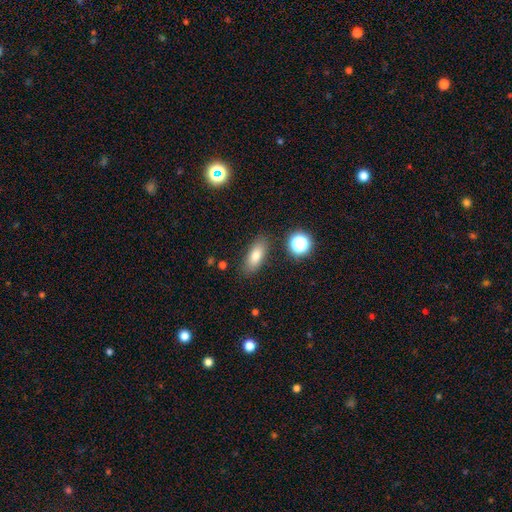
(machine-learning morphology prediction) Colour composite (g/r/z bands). It shows a smooth galaxy with no disk features (77%) that is in between round and cigar-shaped (75%). Merging: none (83%).